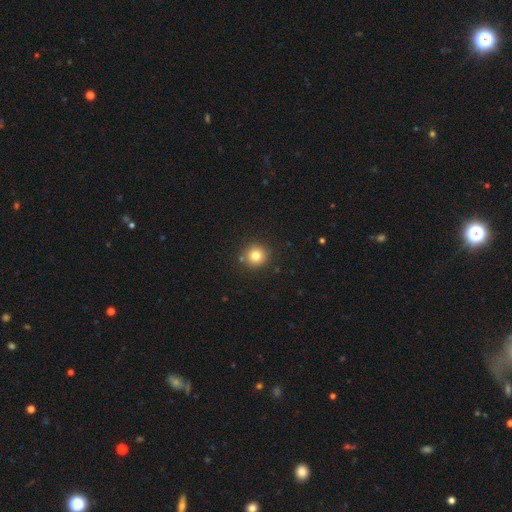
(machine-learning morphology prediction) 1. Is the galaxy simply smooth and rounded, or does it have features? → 80% smooth, 12% star or artifact, 8% featured or disk.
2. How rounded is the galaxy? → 94% round, 5% in between, 1% cigar-shaped.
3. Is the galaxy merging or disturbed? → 87% none, 7% minor disturbance, 4% merger, 2% major disturbance.